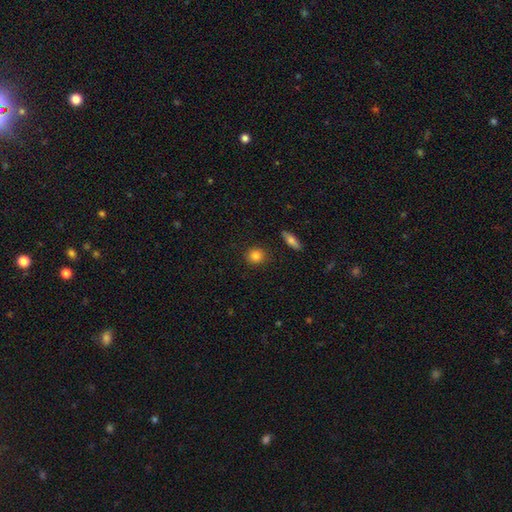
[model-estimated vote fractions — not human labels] Smooth or featured? Predicted: smooth (p=0.84). How rounded? Predicted: round (p=0.85). Merging? Predicted: none (p=0.89).